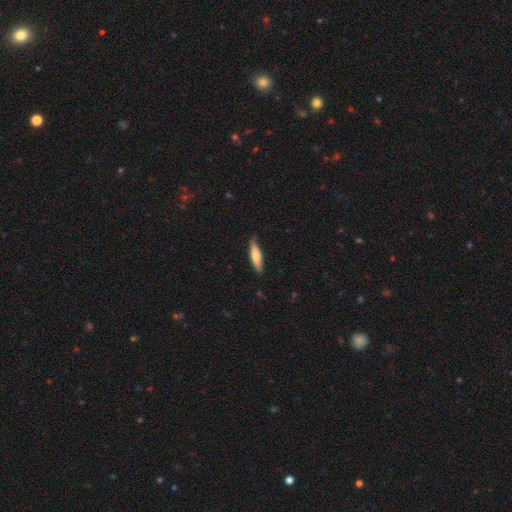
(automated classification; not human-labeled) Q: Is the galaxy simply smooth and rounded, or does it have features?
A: smooth — 64%.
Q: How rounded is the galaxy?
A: cigar-shaped — 75%.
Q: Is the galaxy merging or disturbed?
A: none — 85%.